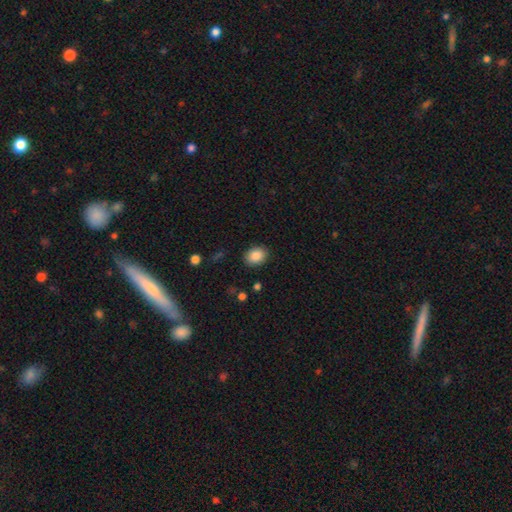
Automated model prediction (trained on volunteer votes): Overall: smooth (87%). How rounded: in between (65%; round 34%). Merging: none (88%).